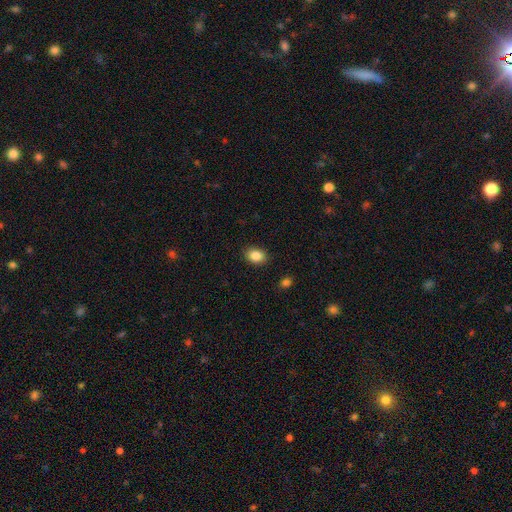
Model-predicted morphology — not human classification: Smooth or featured?
  - smooth: 86% *
  - star or artifact: 9%
  - featured or disk: 5%
How rounded?
  - in between: 72% *
  - round: 27%
  - cigar-shaped: 1%
Merging?
  - none: 88% *
  - minor disturbance: 9%
  - major disturbance: 2%
  - merger: 1%